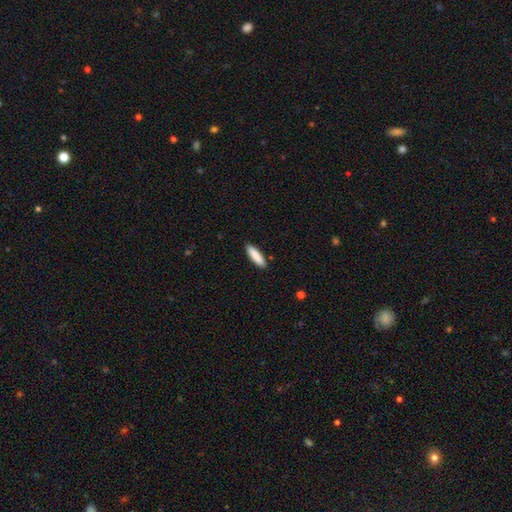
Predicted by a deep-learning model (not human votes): The model was most divided on "how rounded": cigar-shaped: 67%, in between: 31%, round: 1%. More confident: merging — none (90%); smooth or featured — smooth (88%).